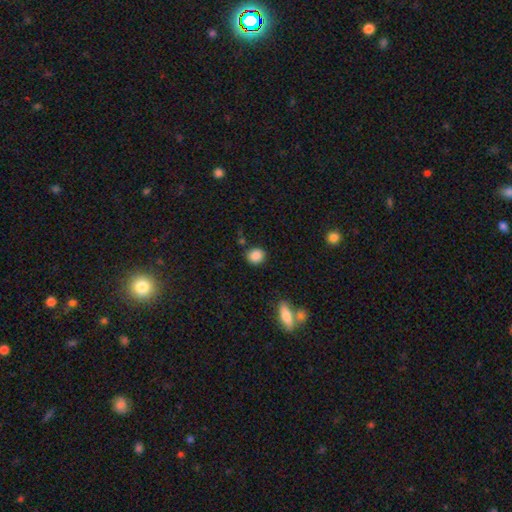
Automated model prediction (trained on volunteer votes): A smooth galaxy with no disk features (87%) that is round (75%).

Vote fractions:
- Smooth or featured? smooth: 87% / star or artifact: 9% / featured or disk: 4%
- How rounded? round: 75% / in between: 24% / cigar-shaped: 1%
- Merging? none: 84% / minor disturbance: 9% / merger: 4% / major disturbance: 3%